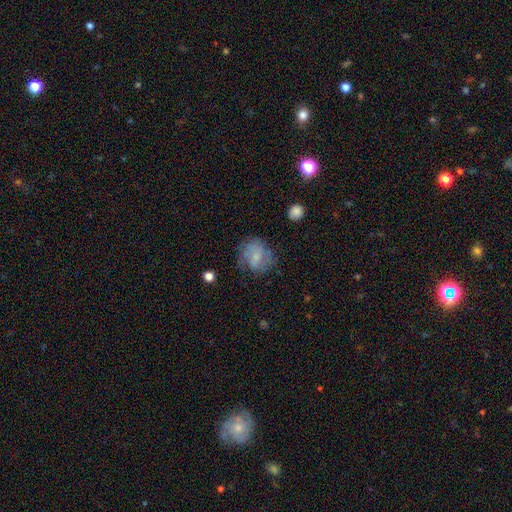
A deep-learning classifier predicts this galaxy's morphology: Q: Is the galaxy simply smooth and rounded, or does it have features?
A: featured or disk — 48%.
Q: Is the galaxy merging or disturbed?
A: none — 60%.